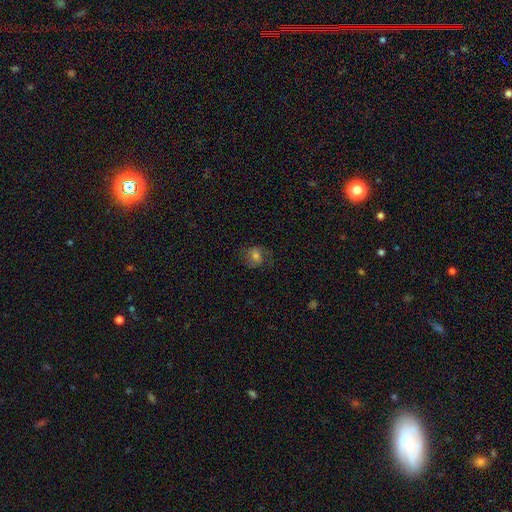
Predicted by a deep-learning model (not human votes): This appears to be a smooth galaxy with no disk features (55%) that is round (58%). Merging: none (63%).